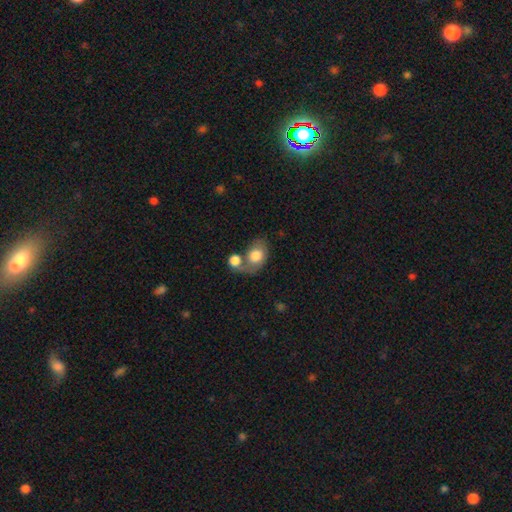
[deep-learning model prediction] smooth 75%, featured or disk 18%, star or artifact 7%. Down the decision tree: how rounded — in between (68%); merging — merger (42%).